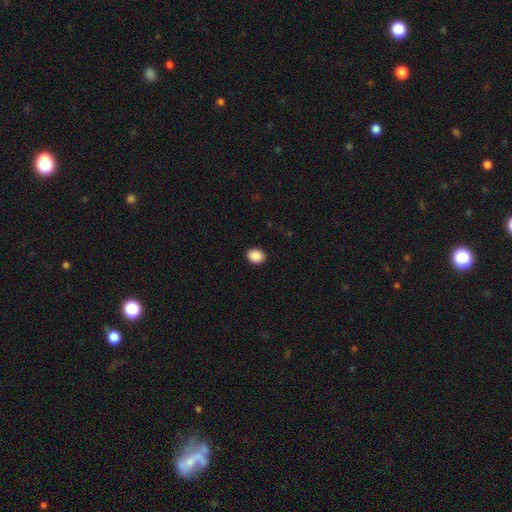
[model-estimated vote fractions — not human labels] Smooth or featured?
  - smooth: 90% *
  - star or artifact: 8%
  - featured or disk: 2%
How rounded?
  - in between: 52% *
  - round: 47%
  - cigar-shaped: 1%
Merging?
  - none: 92% *
  - minor disturbance: 6%
  - major disturbance: 2%
  - merger: 1%